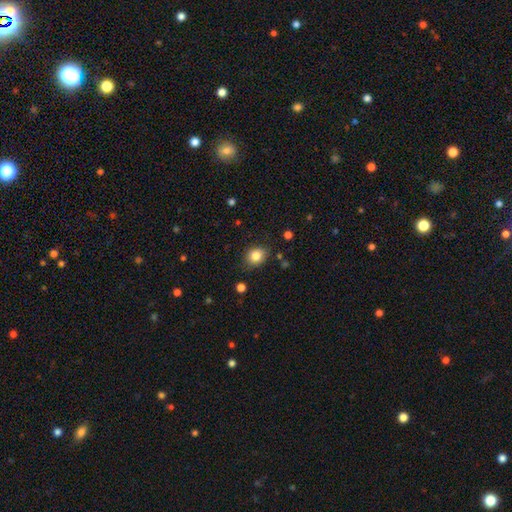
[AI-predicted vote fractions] smooth-or-featured: smooth: 83% | star or artifact: 10% | featured or disk: 7%
  how-rounded: round: 58% | in between: 41% | cigar-shaped: 1%
  merging: none: 82% | minor disturbance: 13% | major disturbance: 3% | merger: 2%